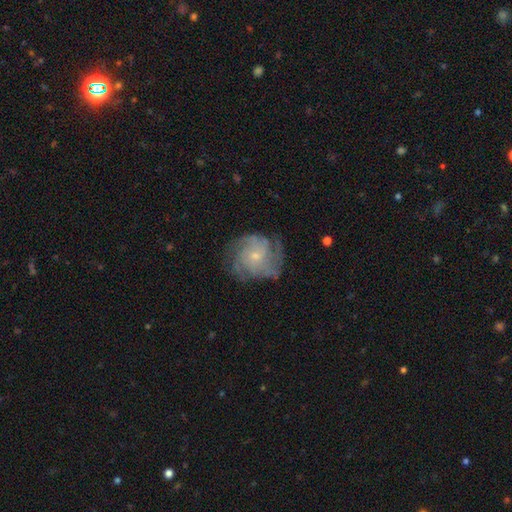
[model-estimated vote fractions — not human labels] This is likely a featured or disk galaxy (78%). It is clearly not viewed edge-on (98%). Bar: likely no (75%). Spiral arm pattern: clearly yes (92%). Spiral arm count: marginally can't tell (32%). Spiral winding: possibly tight (50%). Central bulge: likely small (73%). Merging: likely none (69%).